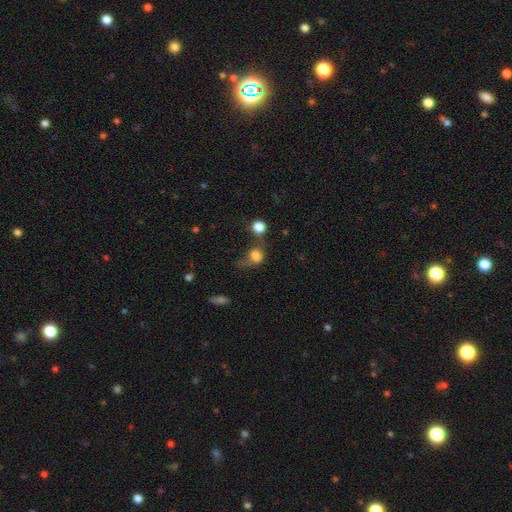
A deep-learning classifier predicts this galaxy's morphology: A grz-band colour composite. It shows a smooth galaxy with no disk features (74%) that is round (58%). Merging: major disturbance (30%).